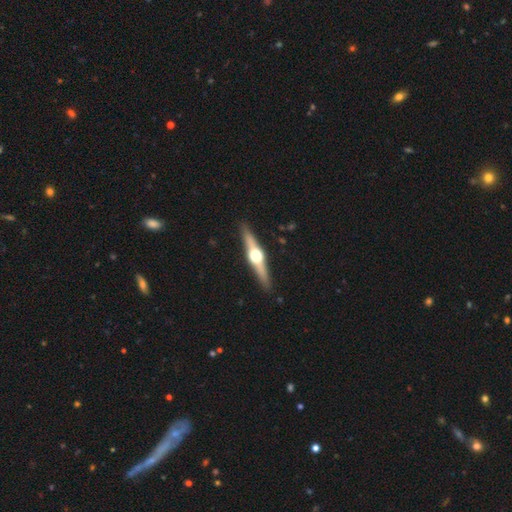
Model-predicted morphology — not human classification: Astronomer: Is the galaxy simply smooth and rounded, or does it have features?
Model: featured or disk — 80%.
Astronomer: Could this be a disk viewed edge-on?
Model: yes — 98%.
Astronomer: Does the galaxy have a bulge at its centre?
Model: rounded — 96%.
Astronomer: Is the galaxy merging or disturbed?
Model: none — 91%.